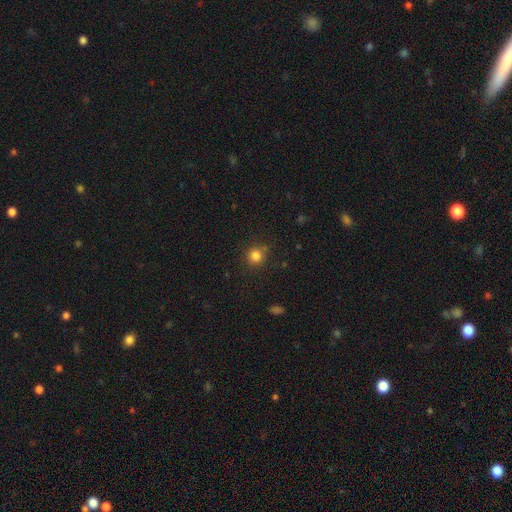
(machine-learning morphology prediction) Smooth or featured?
  - smooth: 83% *
  - star or artifact: 13%
  - featured or disk: 5%
How rounded?
  - round: 89% *
  - in between: 10%
  - cigar-shaped: 1%
Merging?
  - none: 81% *
  - minor disturbance: 13%
  - major disturbance: 4%
  - merger: 2%